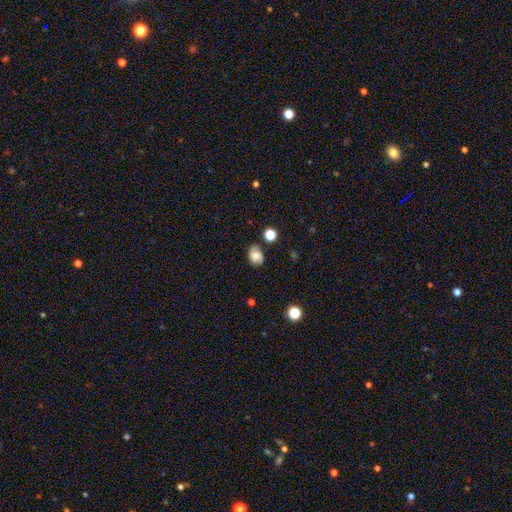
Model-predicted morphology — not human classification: Overall: smooth (74%). How rounded: in between (69%; round 30%). Merging: none (71%).